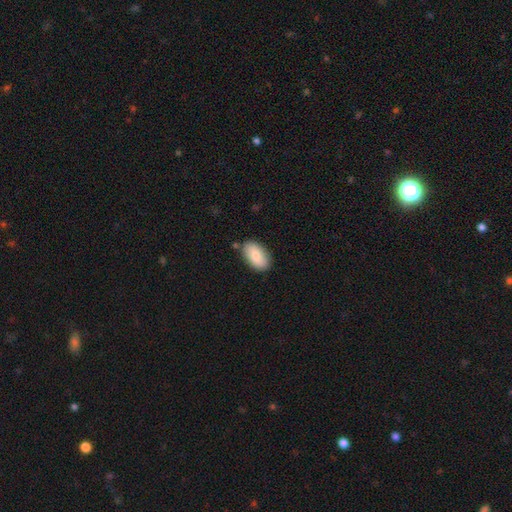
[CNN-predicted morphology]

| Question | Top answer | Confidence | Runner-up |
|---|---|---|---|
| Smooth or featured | smooth | 82% | featured or disk (12%) |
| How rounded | in between | 94% | round (4%) |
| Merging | none | 82% | minor disturbance (12%) |